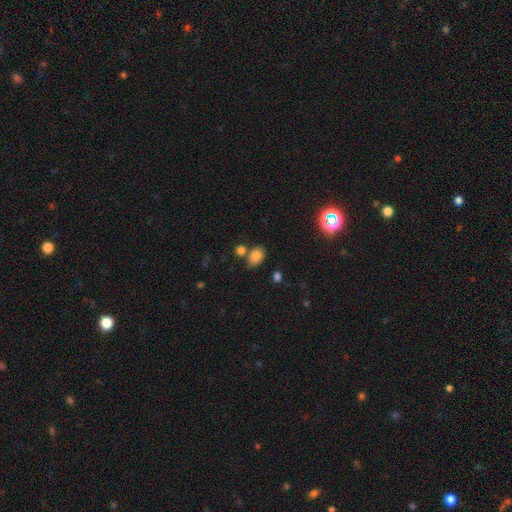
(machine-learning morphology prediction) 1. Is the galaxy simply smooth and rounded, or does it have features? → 82% smooth, 11% star or artifact, 7% featured or disk.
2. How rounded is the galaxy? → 79% in between, 20% round, 1% cigar-shaped.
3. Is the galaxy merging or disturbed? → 62% none, 18% merger, 15% minor disturbance, 4% major disturbance.